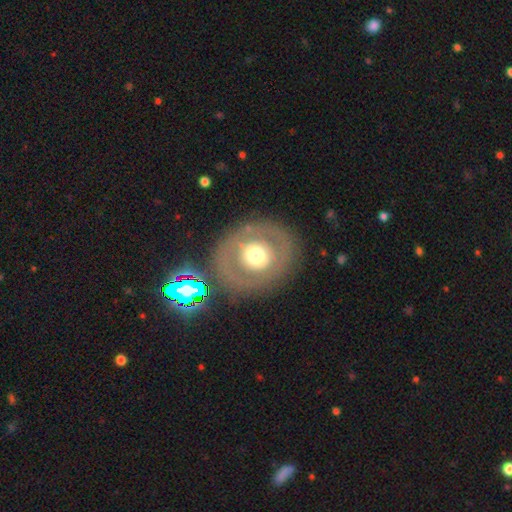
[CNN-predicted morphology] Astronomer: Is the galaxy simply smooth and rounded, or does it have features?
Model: featured or disk — 47% (runner-up: smooth, 44%).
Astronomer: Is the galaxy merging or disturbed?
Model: none — 79%.